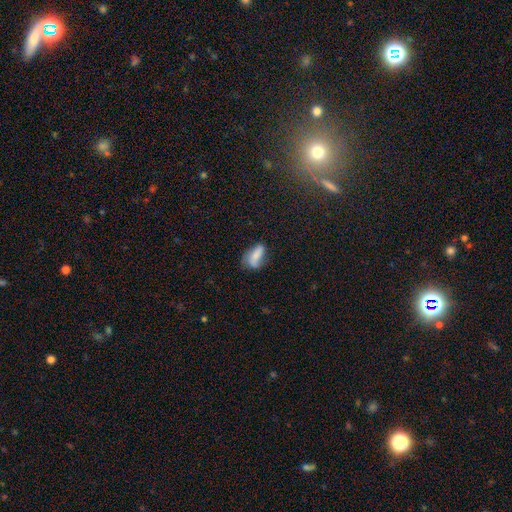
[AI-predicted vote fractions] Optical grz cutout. It shows a smooth galaxy with no disk features (66%) that is in between round and cigar-shaped (81%). Merging: none (46%).